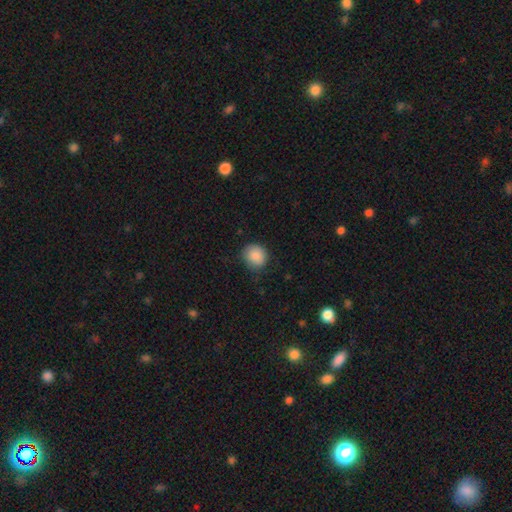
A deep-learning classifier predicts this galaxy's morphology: Overall: smooth (88%). How rounded: round (79%). Merging: none (78%).